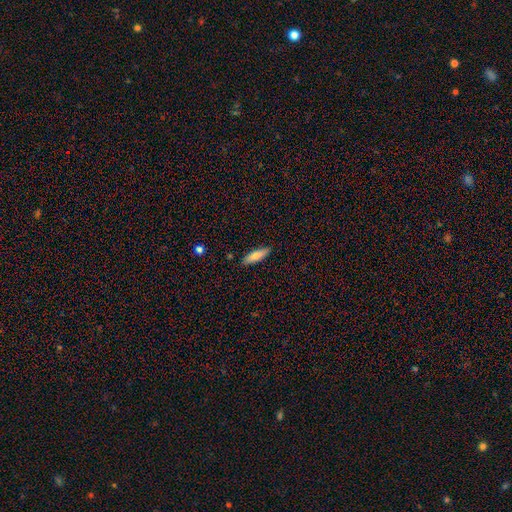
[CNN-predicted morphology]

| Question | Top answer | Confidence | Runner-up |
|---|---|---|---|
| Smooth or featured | smooth | 79% | featured or disk (15%) |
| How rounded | cigar-shaped | 59% | in between (39%) |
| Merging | none | 88% | minor disturbance (9%) |